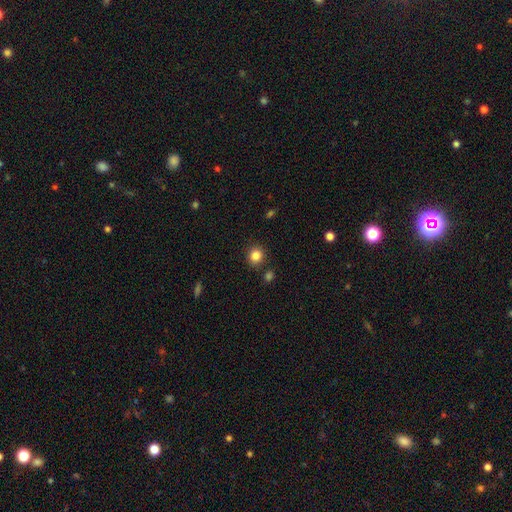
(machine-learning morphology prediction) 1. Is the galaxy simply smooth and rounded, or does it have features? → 84% smooth, 11% star or artifact, 4% featured or disk.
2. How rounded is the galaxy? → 86% round, 13% in between, 1% cigar-shaped.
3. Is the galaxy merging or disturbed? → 87% none, 8% minor disturbance, 3% merger, 2% major disturbance.